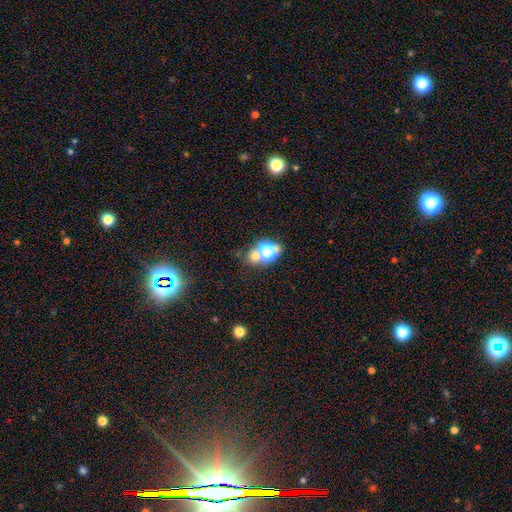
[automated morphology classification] A smooth galaxy with no disk features (58%) that is round (67%).

Vote fractions:
- Smooth or featured? smooth: 58% / star or artifact: 28% / featured or disk: 15%
- How rounded? round: 67% / in between: 32% / cigar-shaped: 1%
- Merging? none: 47% / merger: 40% / minor disturbance: 8% / major disturbance: 5%